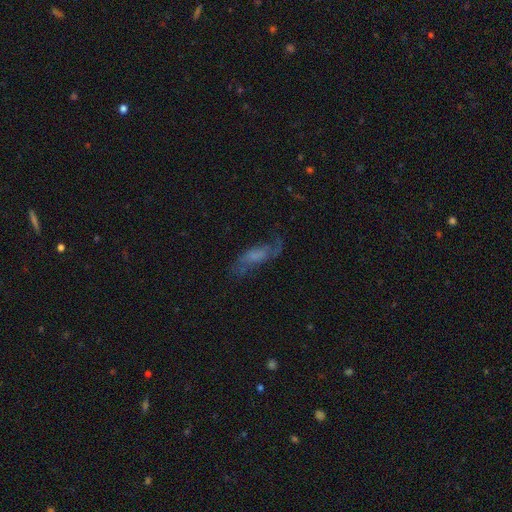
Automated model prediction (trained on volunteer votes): featured or disk 59%, smooth 30%, star or artifact 12%. Down the decision tree: edge-on disk — no (81%); merging — none (58%).